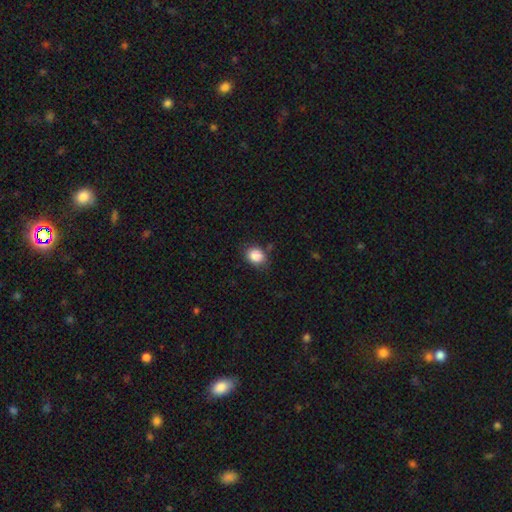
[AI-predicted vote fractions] This is clearly a smooth galaxy (86%). How rounded: possibly round (54%). Merging: likely none (76%).